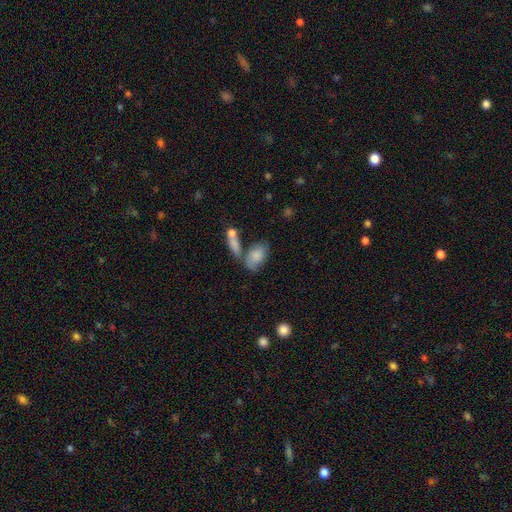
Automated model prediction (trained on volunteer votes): A smooth galaxy with no disk features (76%) that is in between round and cigar-shaped (90%).

Vote fractions:
- Smooth or featured? smooth: 76% / featured or disk: 16% / star or artifact: 7%
- How rounded? in between: 90% / round: 6% / cigar-shaped: 4%
- Merging? none: 39% / merger: 32% / minor disturbance: 19% / major disturbance: 10%